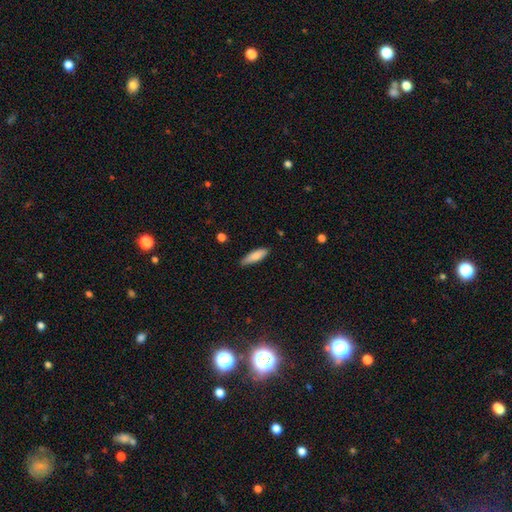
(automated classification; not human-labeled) Smooth or featured? Predicted: smooth (p=0.83). How rounded? Predicted: cigar-shaped (p=0.53). Merging? Predicted: none (p=0.80).